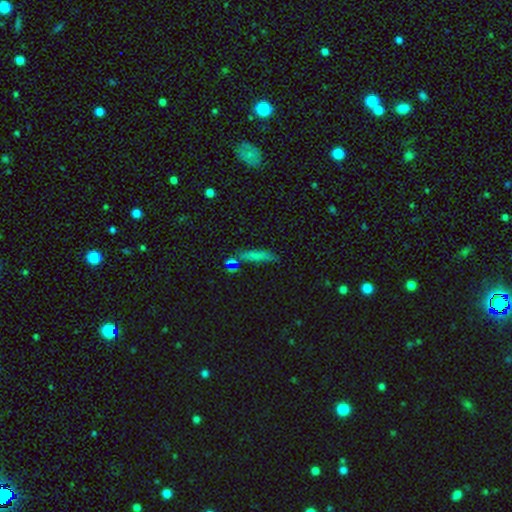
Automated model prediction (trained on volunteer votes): Overall: smooth (69%). How rounded: cigar-shaped (83%). Merging: none (70%).